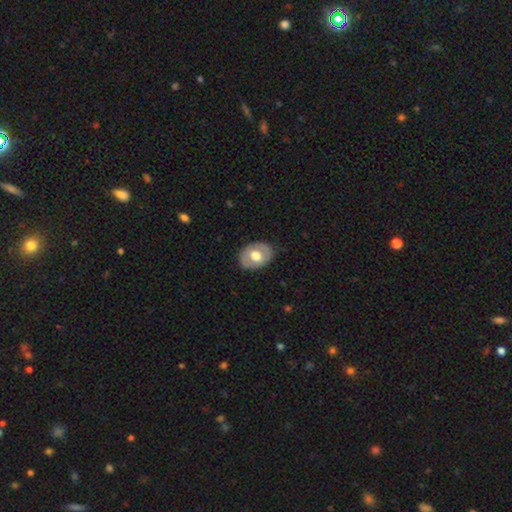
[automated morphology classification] A smooth galaxy with no disk features (55%) that is in between round and cigar-shaped (74%).

Vote fractions:
- Smooth or featured? smooth: 55% / featured or disk: 40% / star or artifact: 6%
- How rounded? in between: 74% / round: 25% / cigar-shaped: 1%
- Merging? none: 83% / minor disturbance: 12% / major disturbance: 3% / merger: 1%